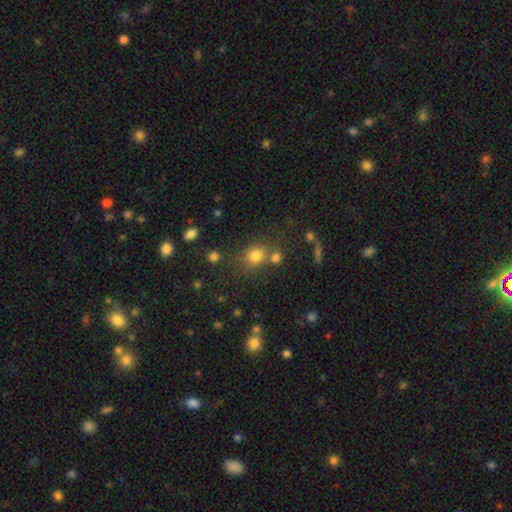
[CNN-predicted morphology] Smooth or featured? Predicted: smooth (p=0.77). How rounded? Predicted: round (p=0.69). Merging? Predicted: none (p=0.61).